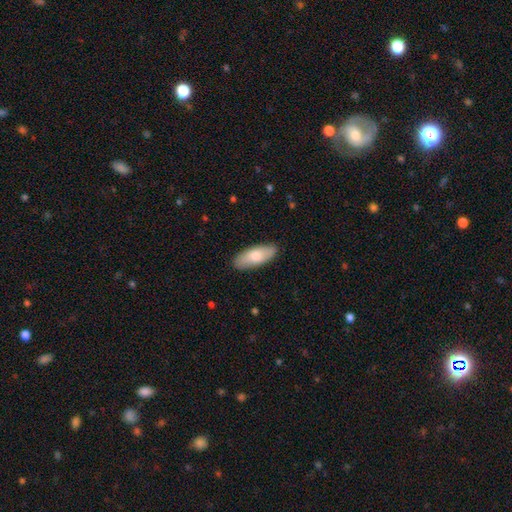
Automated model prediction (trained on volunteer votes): A smooth galaxy with no disk features (78%) that is in between round and cigar-shaped (76%). Merging: none (88%).